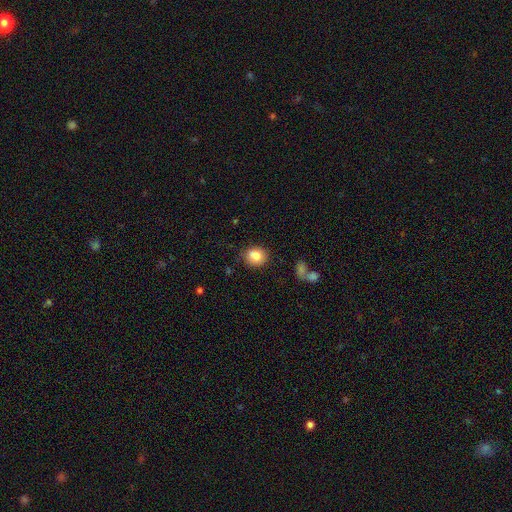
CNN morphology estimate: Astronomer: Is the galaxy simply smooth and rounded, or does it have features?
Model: smooth — 84%.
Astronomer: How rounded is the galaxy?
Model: round — 73%.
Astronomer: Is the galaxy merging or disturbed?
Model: none — 82%.